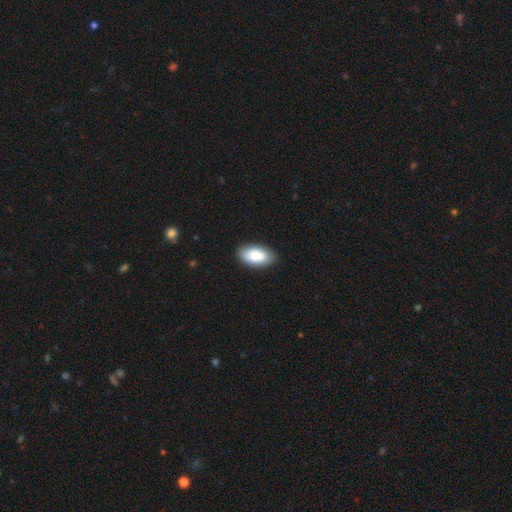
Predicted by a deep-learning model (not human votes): Smooth or featured? Predicted: smooth (p=0.87). How rounded? Predicted: in between (p=0.95). Merging? Predicted: none (p=0.87).